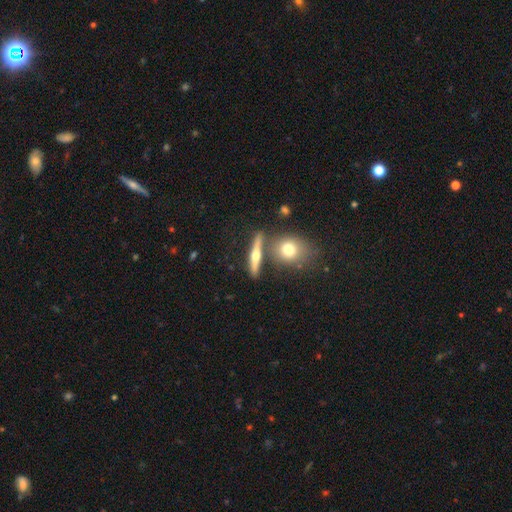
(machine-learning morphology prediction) Q: Smooth or featured?
A: featured or disk (51%); runner-up: smooth (40%)
Q: Edge-on disk?
A: yes (90%); runner-up: no (10%)
Q: Merging?
A: none (72%); runner-up: merger (15%)